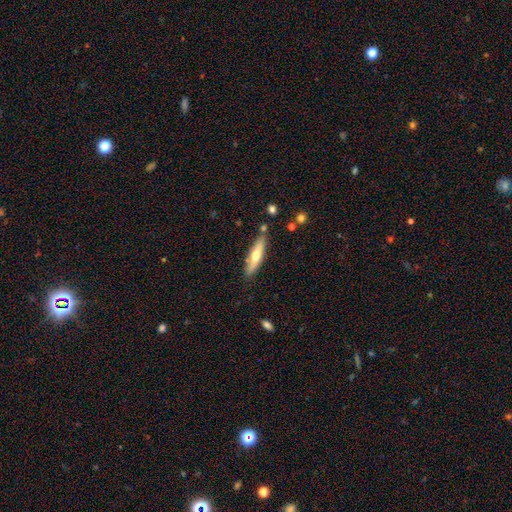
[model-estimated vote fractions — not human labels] This is possibly a smooth galaxy (53%). How rounded: likely cigar-shaped (71%). Merging: clearly none (83%).